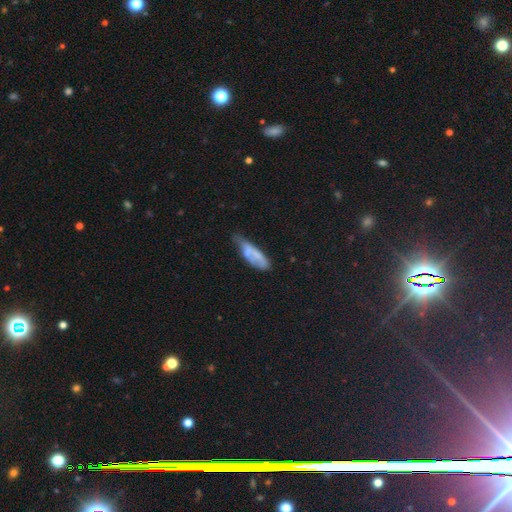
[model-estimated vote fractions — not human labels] Smooth or featured?
  - smooth: 61% *
  - featured or disk: 30%
  - star or artifact: 9%
How rounded?
  - in between: 54% *
  - cigar-shaped: 44%
  - round: 2%
Merging?
  - minor disturbance: 41% *
  - none: 30%
  - major disturbance: 22%
  - merger: 7%